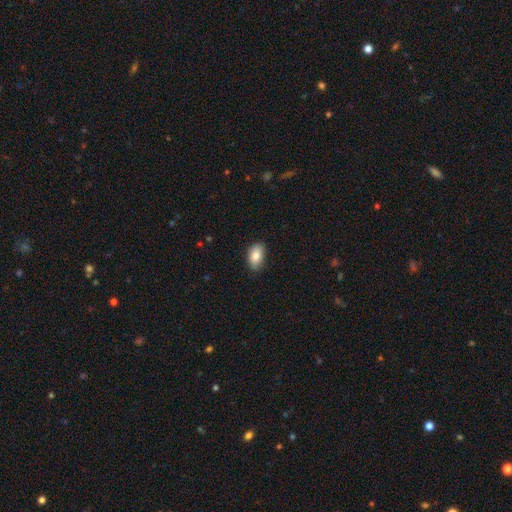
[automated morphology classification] type=smooth (84%); roundness=in between (91%); merging=none (84%).